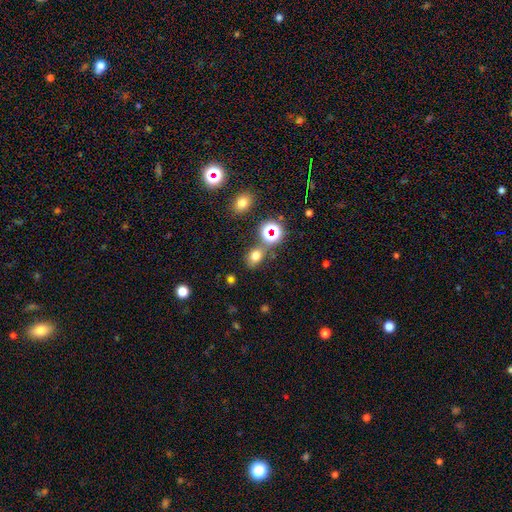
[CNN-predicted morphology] This is likely a smooth galaxy (68%). How rounded: possibly in between (51%). Merging: likely none (70%).